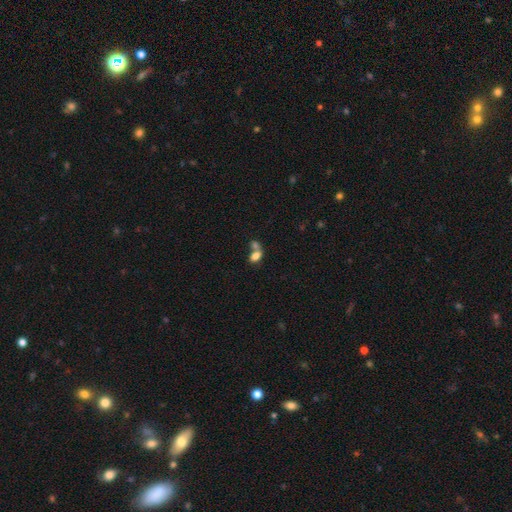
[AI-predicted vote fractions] A smooth galaxy with no disk features (79%) that is in between round and cigar-shaped (81%). Merging: merger (59%).